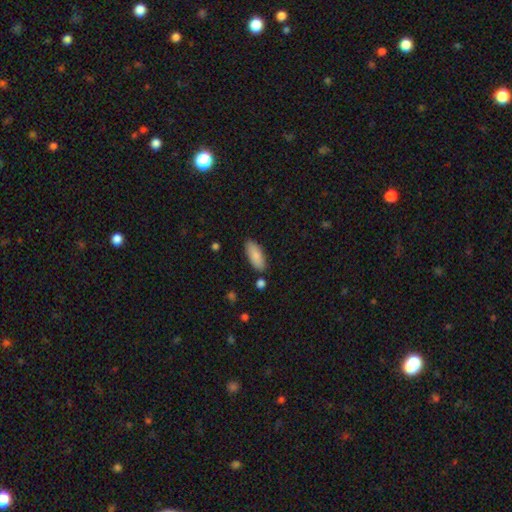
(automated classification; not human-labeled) The model was most divided on "how rounded": in between: 81%, cigar-shaped: 17%, round: 2%. More confident: smooth or featured — smooth (86%); merging — none (83%).